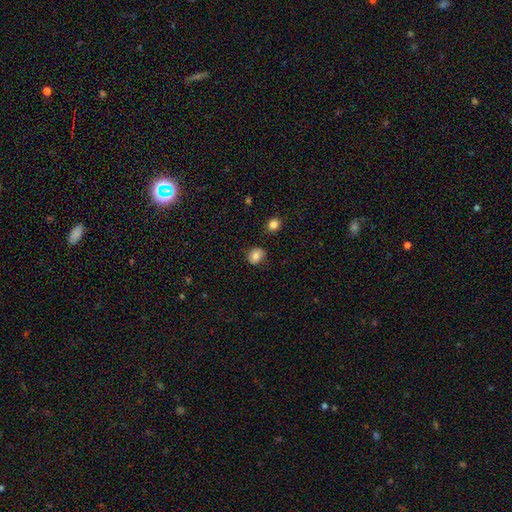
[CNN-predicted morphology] Smooth or featured: smooth — 79% (featured or disk — 12%)
How rounded: round — 69% (in between — 30%)
Merging: none — 78% (minor disturbance — 16%)